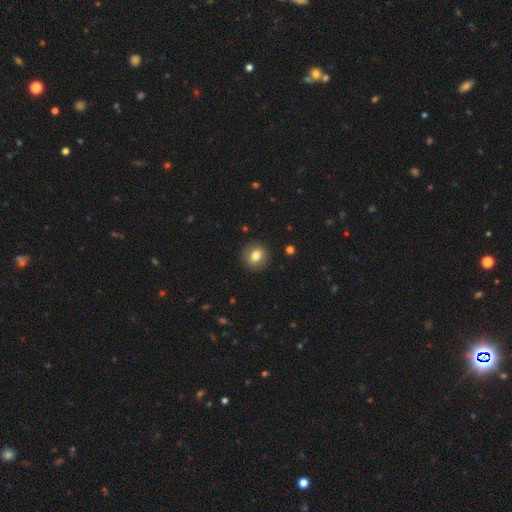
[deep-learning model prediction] The model was most divided on "how rounded": round: 80%, in between: 19%, cigar-shaped: 1%. More confident: merging — none (90%); smooth or featured — smooth (78%).